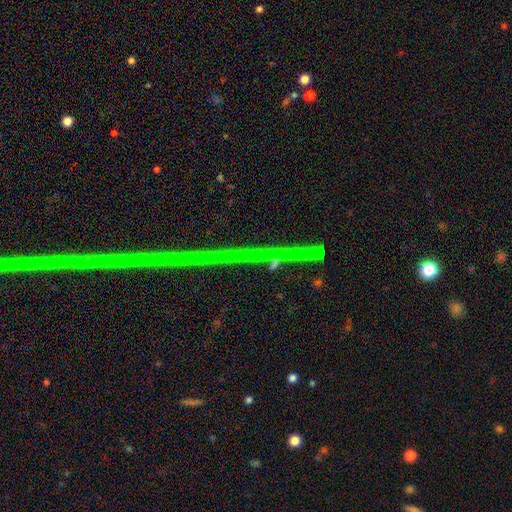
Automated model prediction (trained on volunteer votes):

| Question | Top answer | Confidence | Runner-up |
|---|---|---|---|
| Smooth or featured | star or artifact | 78% | featured or disk (14%) |